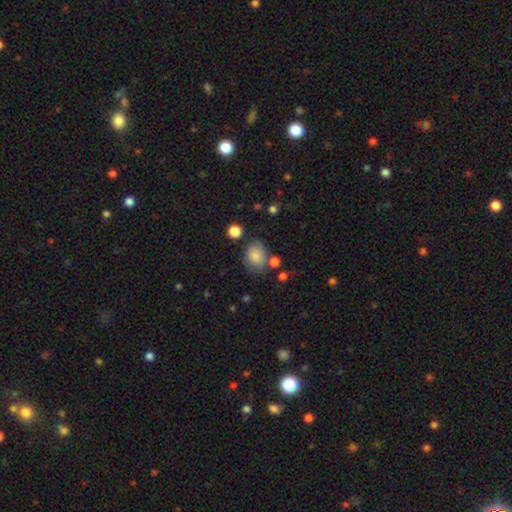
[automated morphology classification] A smooth galaxy with no disk features (82%) that is in between round and cigar-shaped (56%). Merging: none (66%).